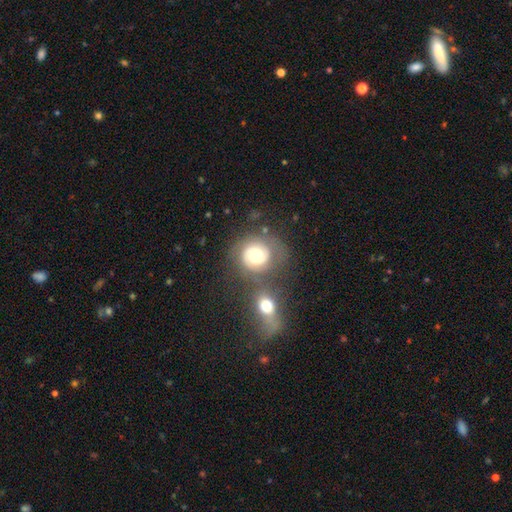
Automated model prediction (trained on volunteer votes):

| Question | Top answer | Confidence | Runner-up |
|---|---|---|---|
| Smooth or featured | featured or disk | 68% | smooth (24%) |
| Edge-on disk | no | 98% | yes (2%) |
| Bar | no | 73% | weak (22%) |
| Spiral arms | yes | 87% | no (13%) |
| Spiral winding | tight | 60% | medium (31%) |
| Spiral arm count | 2 | 76% | can't tell (11%) |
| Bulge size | moderate | 63% | large (24%) |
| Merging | none | 51% | merger (23%) |